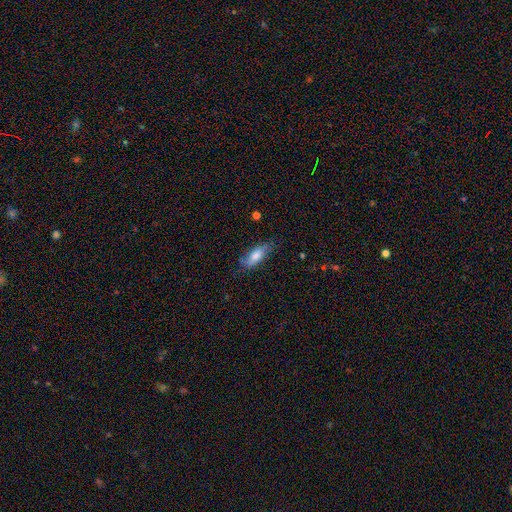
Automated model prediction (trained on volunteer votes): smooth 67%, featured or disk 26%, star or artifact 7%. Down the decision tree: how rounded — in between (75%); merging — none (66%).